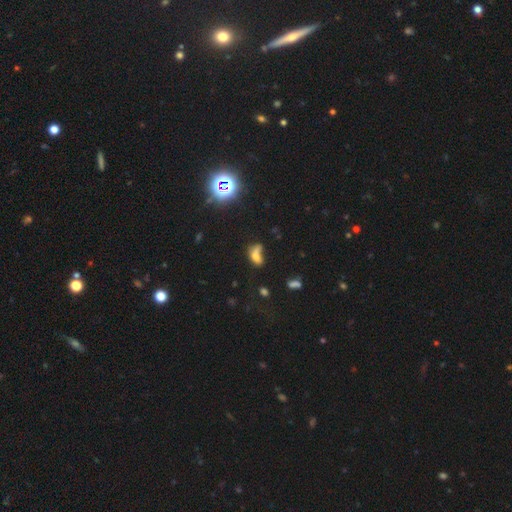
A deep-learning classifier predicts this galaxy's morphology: A smooth galaxy with no disk features (60%) that is in between round and cigar-shaped (76%). Merging: merger (45%).